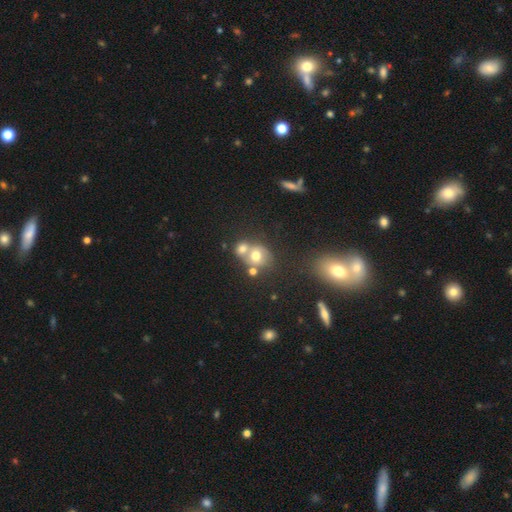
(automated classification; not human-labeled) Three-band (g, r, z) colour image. It shows a smooth galaxy with no disk features (64%) that is round (68%). Merging: merger (53%).